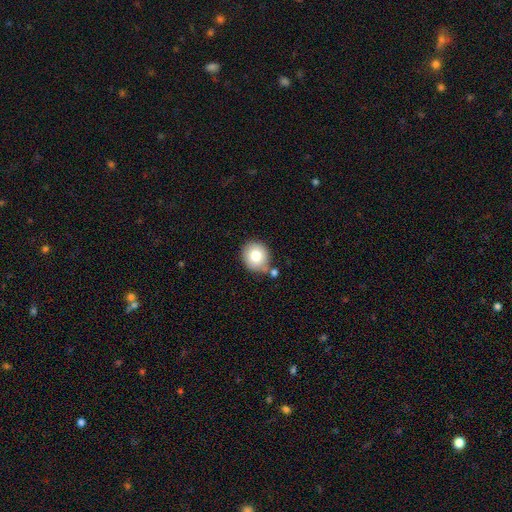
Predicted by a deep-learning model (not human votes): A smooth galaxy with no disk features (79%) that is round (81%).

Vote fractions:
- Smooth or featured? smooth: 79% / featured or disk: 12% / star or artifact: 9%
- How rounded? round: 81% / in between: 18% / cigar-shaped: 1%
- Merging? none: 70% / minor disturbance: 14% / merger: 12% / major disturbance: 4%